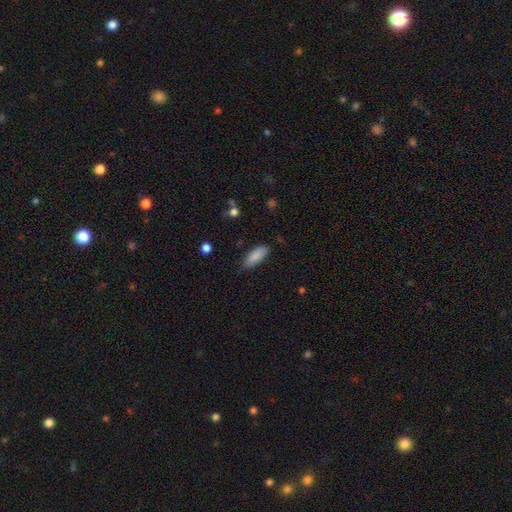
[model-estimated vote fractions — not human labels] Q: Smooth or featured?
A: smooth (88%); runner-up: star or artifact (6%)
Q: How rounded?
A: in between (68%); runner-up: cigar-shaped (30%)
Q: Merging?
A: none (81%); runner-up: minor disturbance (15%)